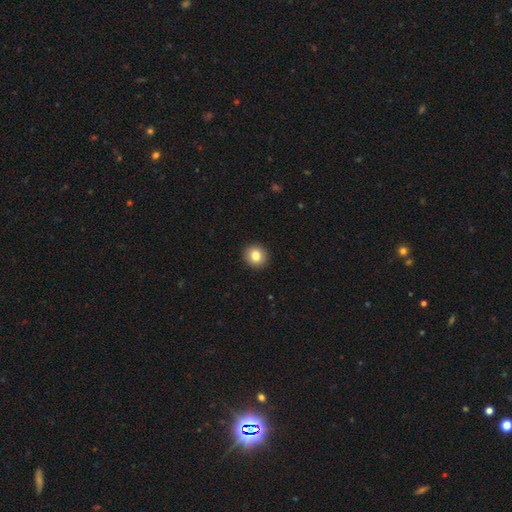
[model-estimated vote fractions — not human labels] This is clearly a smooth galaxy (83%). How rounded: clearly round (86%). Merging: clearly none (93%).